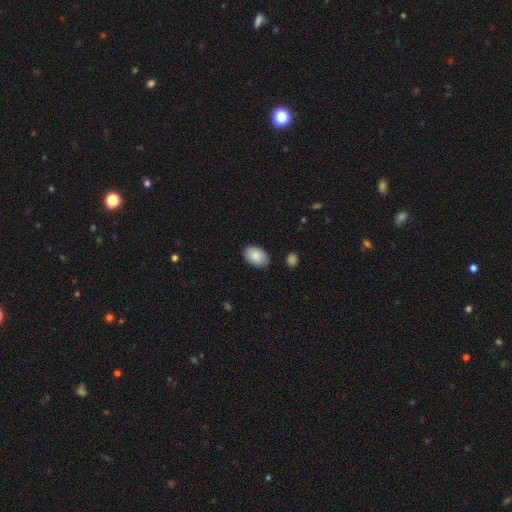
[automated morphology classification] smooth_or_featured: smooth (p=0.86) [alt: featured or disk p=0.07]
how_rounded: in between (p=0.90) [alt: round p=0.09]
merging: none (p=0.82) [alt: minor disturbance p=0.14]